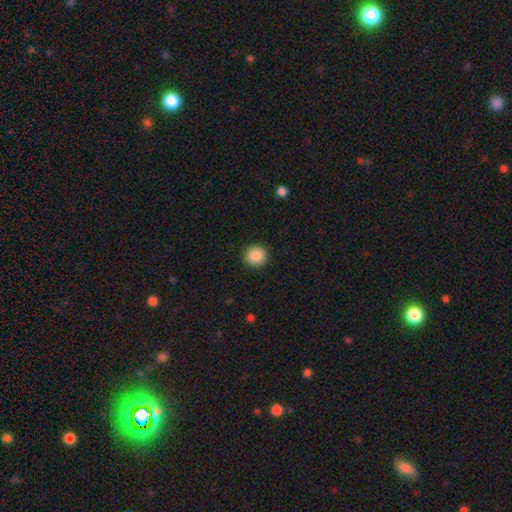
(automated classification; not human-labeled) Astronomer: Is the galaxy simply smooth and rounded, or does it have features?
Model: smooth — 89%.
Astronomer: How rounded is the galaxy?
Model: round — 93%.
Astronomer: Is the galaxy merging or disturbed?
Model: none — 92%.